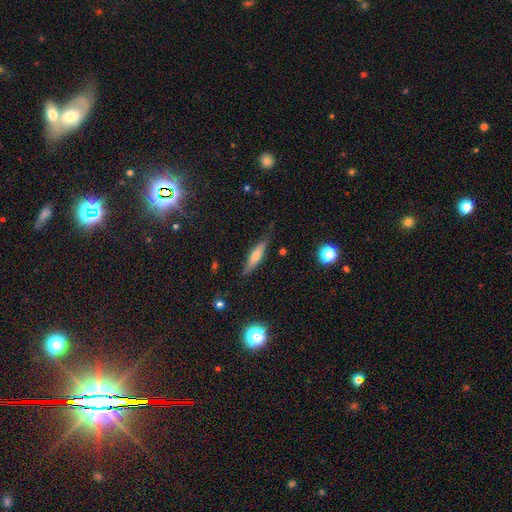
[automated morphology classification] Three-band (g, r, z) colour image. It shows a smooth galaxy with no disk features (54%) that is cigar-shaped (75%). Merging: none (83%).